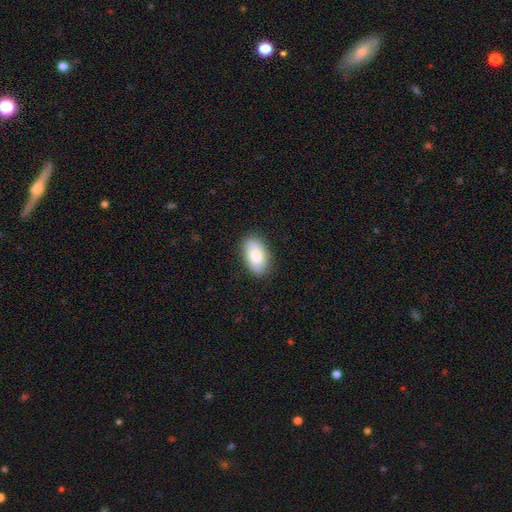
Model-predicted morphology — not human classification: smooth 80%, featured or disk 14%, star or artifact 6%. Down the decision tree: how rounded — in between (93%); merging — none (85%).